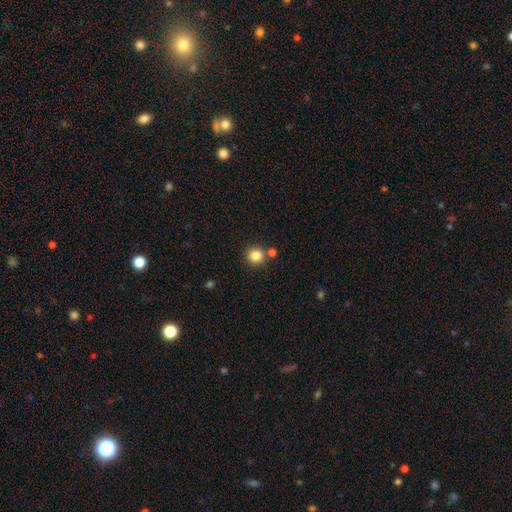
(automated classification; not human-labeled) This appears to be a smooth galaxy with no disk features (84%) that is round (92%). Merging: none (79%).